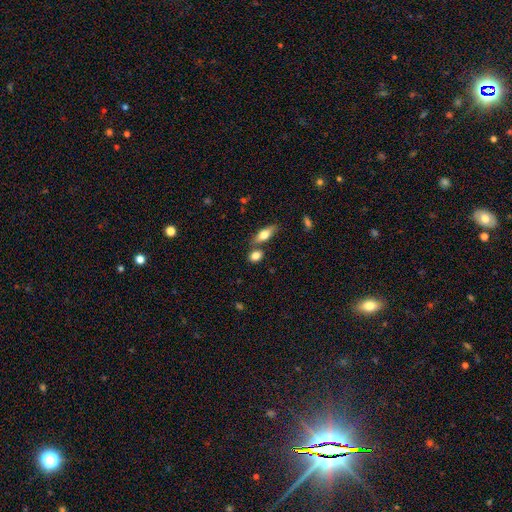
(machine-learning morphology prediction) Smooth or featured? Predicted: smooth (p=0.79). How rounded? Predicted: in between (p=0.63). Merging? Predicted: none (p=0.61).